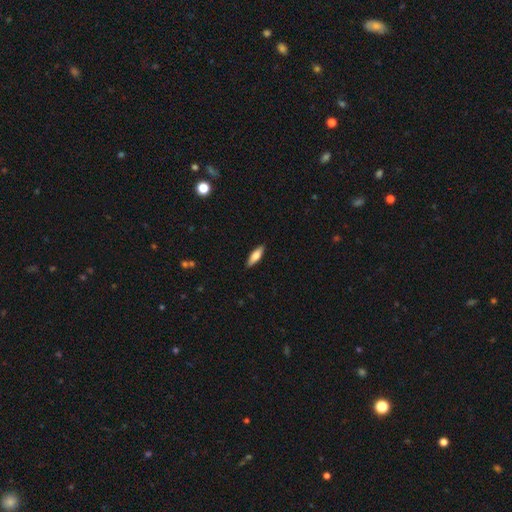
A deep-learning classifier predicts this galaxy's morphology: smooth_or_featured: smooth (p=0.67) [alt: featured or disk p=0.27]
how_rounded: cigar-shaped (p=0.50) [alt: in between p=0.48]
merging: none (p=0.89) [alt: minor disturbance p=0.08]